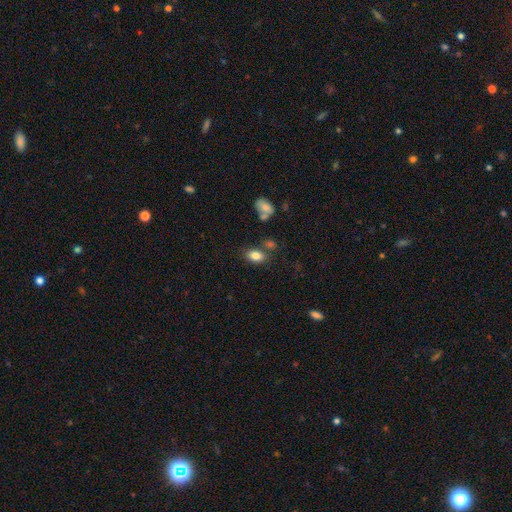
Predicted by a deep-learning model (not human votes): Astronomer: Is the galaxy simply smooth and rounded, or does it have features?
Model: smooth — 83%.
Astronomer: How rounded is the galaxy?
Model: in between — 83%.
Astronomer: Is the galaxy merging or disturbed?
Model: none — 70%.